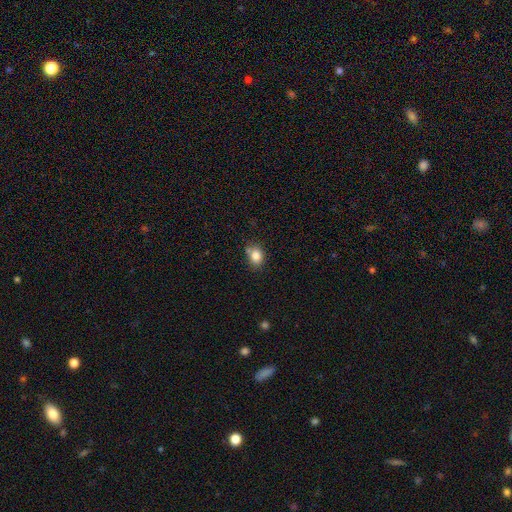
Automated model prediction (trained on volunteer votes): This appears to be a smooth galaxy with no disk features (83%) that is round (52%). Merging: none (67%).